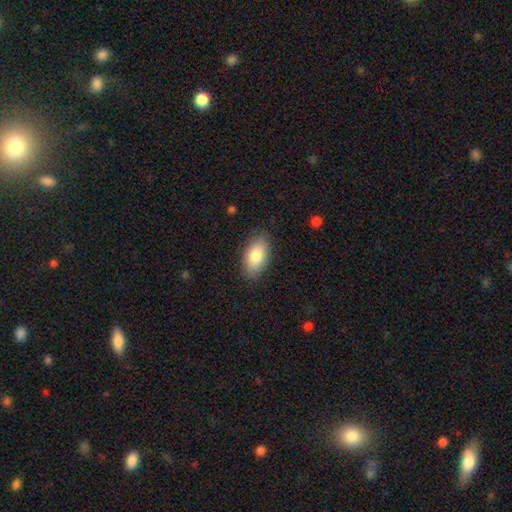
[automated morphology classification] A smooth galaxy with no disk features (83%) that is in between round and cigar-shaped (94%). Merging: none (85%).